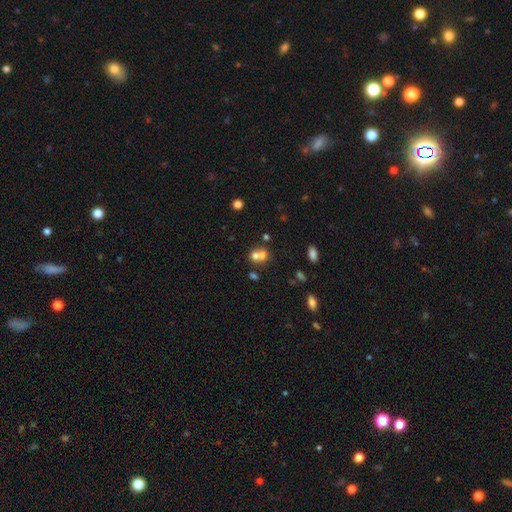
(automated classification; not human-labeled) Smooth or featured? Predicted: smooth (p=0.66). How rounded? Predicted: round (p=0.71). Merging? Predicted: merger (p=0.62).